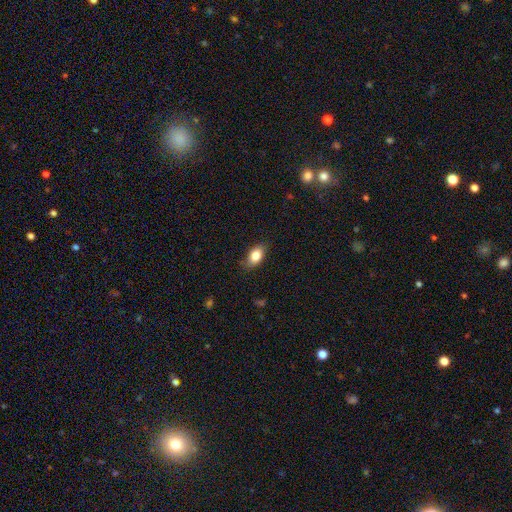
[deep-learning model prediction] Smooth or featured? Predicted: smooth (p=0.82). How rounded? Predicted: in between (p=0.87). Merging? Predicted: none (p=0.82).